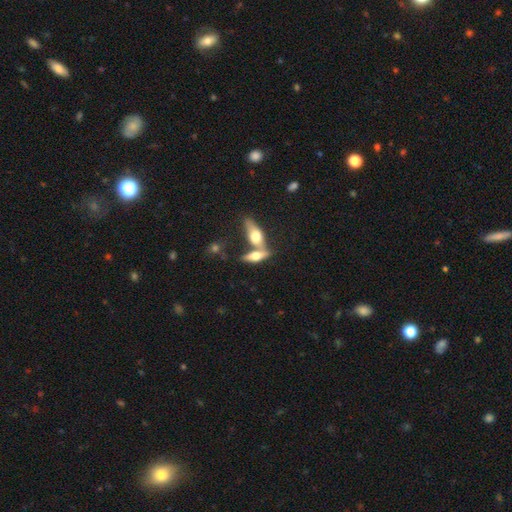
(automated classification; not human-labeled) This is possibly a featured or disk galaxy (48%). Merging: possibly merger (48%).